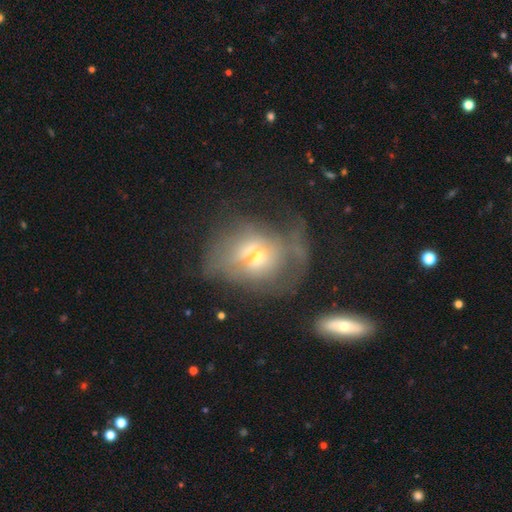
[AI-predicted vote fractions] Q: Smooth or featured?
A: featured or disk (51%); runner-up: smooth (36%)
Q: Edge-on disk?
A: no (93%); runner-up: yes (7%)
Q: Merging?
A: major disturbance (37%); runner-up: none (27%)